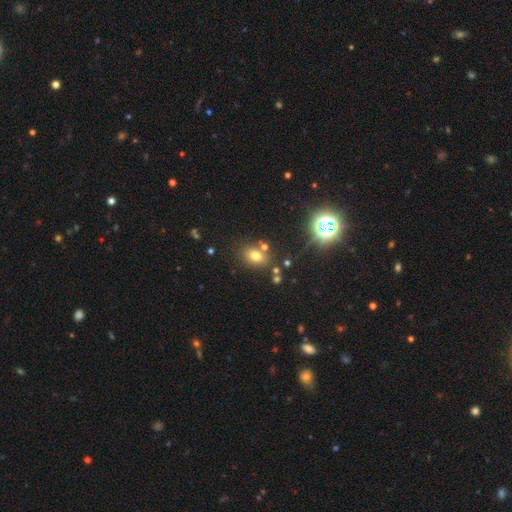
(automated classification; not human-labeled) This appears to be a smooth galaxy with no disk features (70%) that is in between round and cigar-shaped (66%). Merging: none (72%).